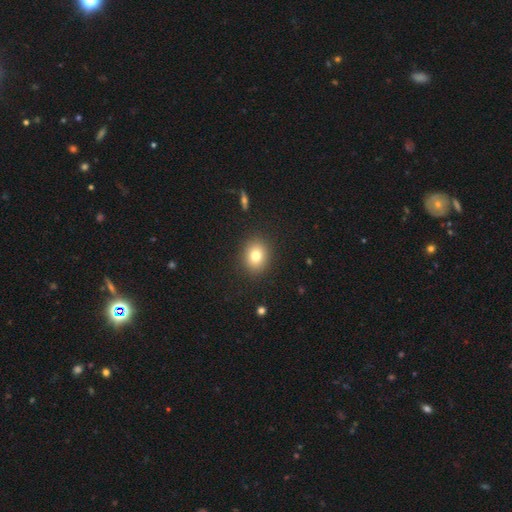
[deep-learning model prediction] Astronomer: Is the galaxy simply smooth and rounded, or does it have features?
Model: smooth — 78%.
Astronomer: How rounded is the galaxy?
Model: round — 60% (runner-up: in between, 39%).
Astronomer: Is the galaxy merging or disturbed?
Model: none — 89%.